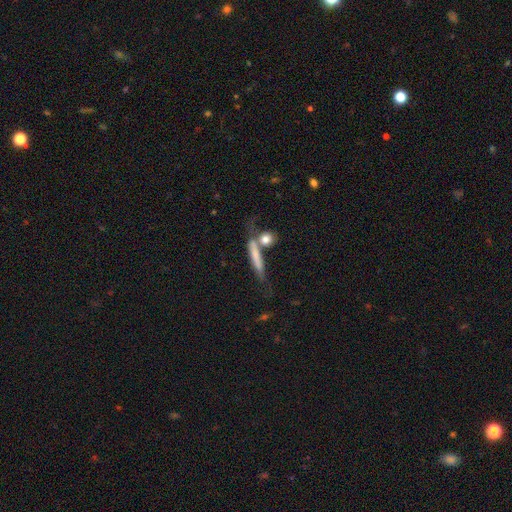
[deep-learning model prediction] smooth-or-featured: smooth: 63% | featured or disk: 30% | star or artifact: 7%
  how-rounded: cigar-shaped: 79% | in between: 12% | round: 9%
  merging: none: 48% | merger: 25% | minor disturbance: 17% | major disturbance: 10%